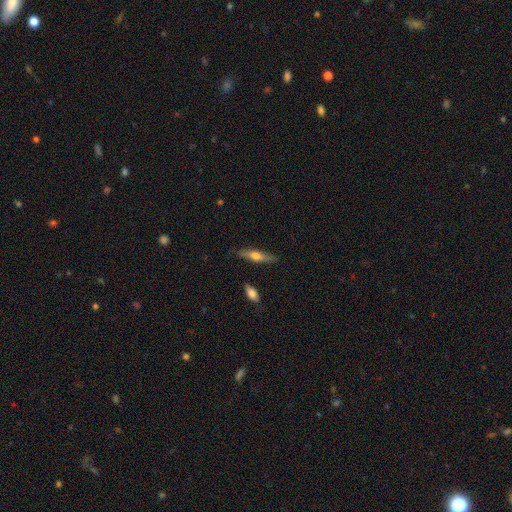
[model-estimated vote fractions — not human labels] Smooth or featured? featured or disk (49%)
Merging? none (84%)